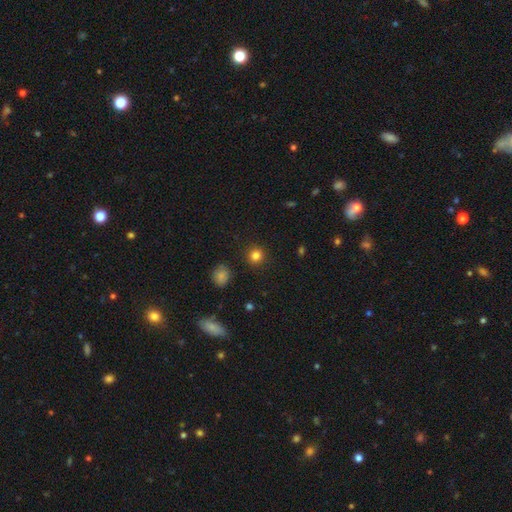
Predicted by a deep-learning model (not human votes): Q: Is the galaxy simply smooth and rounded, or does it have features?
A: smooth — 83%.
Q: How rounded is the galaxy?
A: round — 91%.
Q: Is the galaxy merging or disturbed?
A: none — 91%.